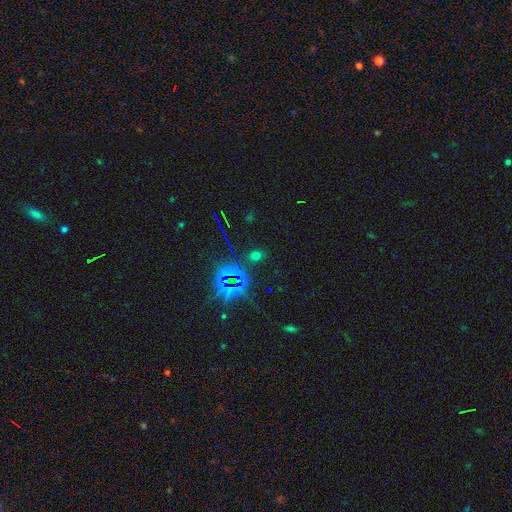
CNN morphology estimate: Q: Smooth or featured?
A: star or artifact (49%); runner-up: smooth (43%)